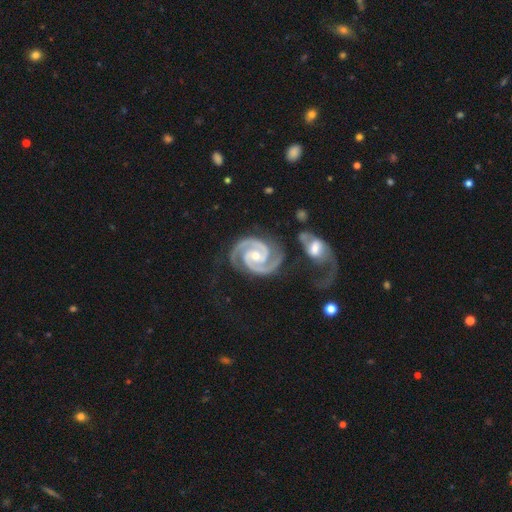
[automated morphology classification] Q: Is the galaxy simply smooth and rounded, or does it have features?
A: featured or disk — 94%.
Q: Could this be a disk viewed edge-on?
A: no — 98%.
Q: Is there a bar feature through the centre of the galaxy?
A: no — 52%.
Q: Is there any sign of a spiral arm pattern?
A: yes — 99%.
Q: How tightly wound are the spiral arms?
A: tight — 64%.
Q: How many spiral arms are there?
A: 2 — 94%.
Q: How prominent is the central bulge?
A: moderate — 53%.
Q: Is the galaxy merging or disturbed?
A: none — 70%.